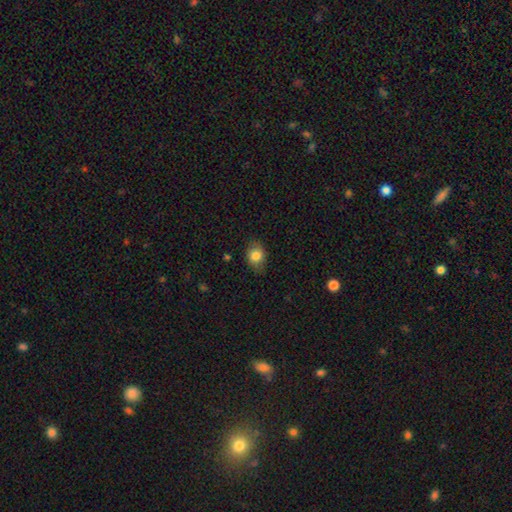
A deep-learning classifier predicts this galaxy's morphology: Smooth or featured: smooth — 82% (featured or disk — 9%)
How rounded: in between — 60% (round — 39%)
Merging: none — 78% (minor disturbance — 17%)